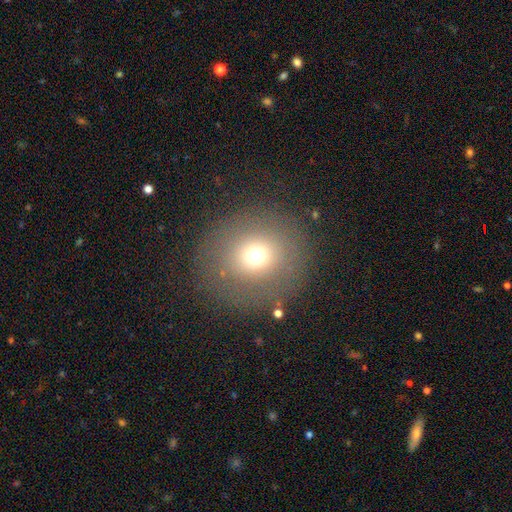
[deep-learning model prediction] Smooth or featured? Predicted: smooth (p=0.68). How rounded? Predicted: round (p=0.86). Merging? Predicted: none (p=0.82).